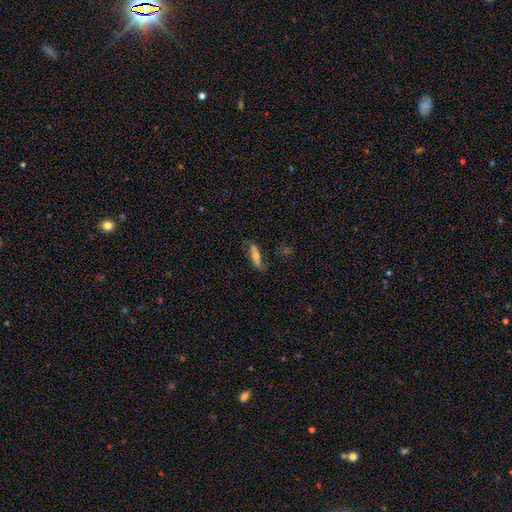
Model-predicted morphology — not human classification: A smooth galaxy with no disk features (52%) that is cigar-shaped (54%).

Vote fractions:
- Smooth or featured? smooth: 52% / featured or disk: 40% / star or artifact: 8%
- How rounded? cigar-shaped: 54% / in between: 43% / round: 3%
- Merging? none: 69% / minor disturbance: 21% / major disturbance: 8% / merger: 2%